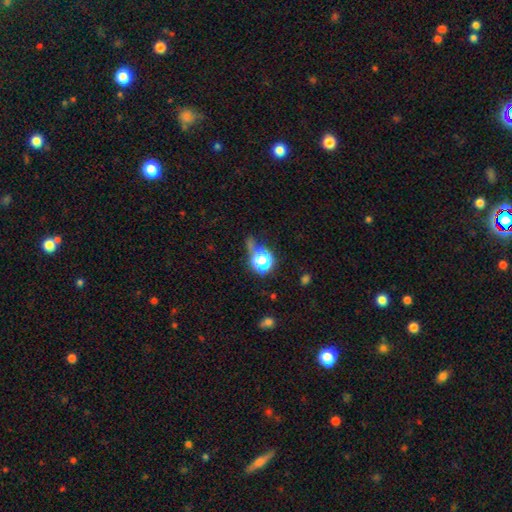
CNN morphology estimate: This appears to be a star or artifact, not a galaxy (54%).